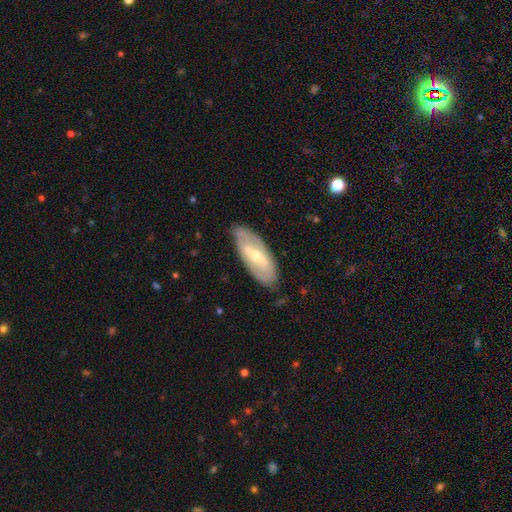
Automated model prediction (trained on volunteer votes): A featured or disk galaxy (66%) with a strong bar (55%), no spiral arms (50%, tied with yes) and a small central bulge (54%). Merging: none (81%).